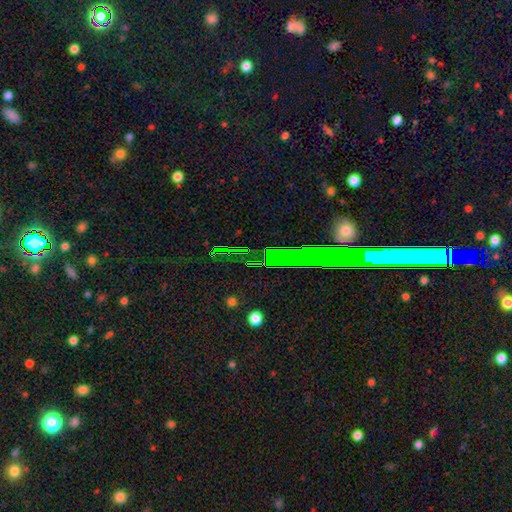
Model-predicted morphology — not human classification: This is likely a star or artifact rather than a galaxy (71%).